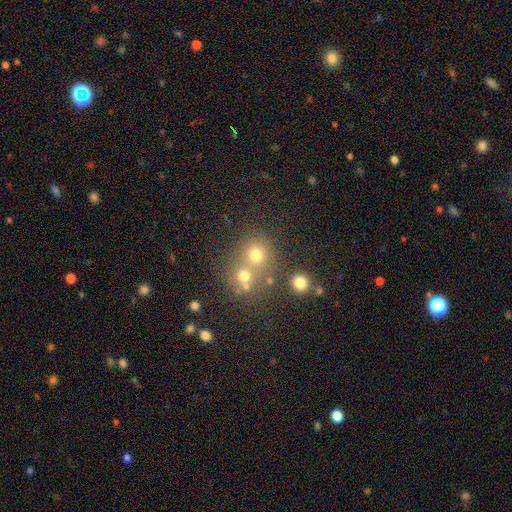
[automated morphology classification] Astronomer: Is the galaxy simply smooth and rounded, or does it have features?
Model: smooth — 65%.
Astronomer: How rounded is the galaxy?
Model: round — 83%.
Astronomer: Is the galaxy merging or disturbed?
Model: none — 49% (runner-up: merger, 40%).